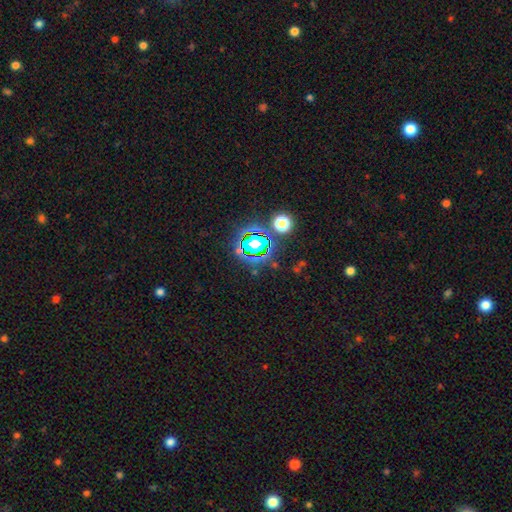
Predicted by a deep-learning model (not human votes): Overall: star or artifact (80%).